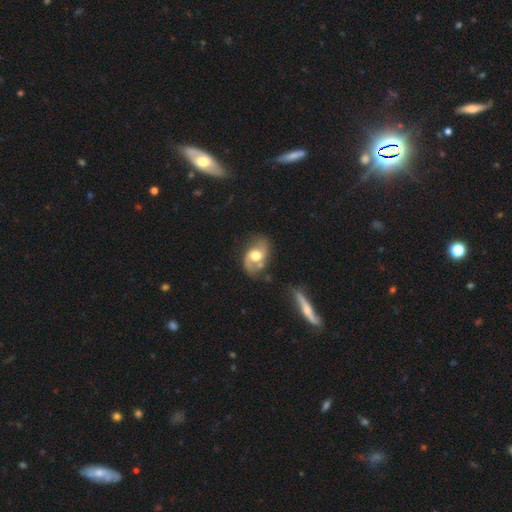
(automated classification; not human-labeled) This appears to be a featured or disk galaxy (75%) with no bar (58%), 2 (89%) loose (45%) spiral arms (89%) and a moderate central bulge (60%). Merging: none (61%).